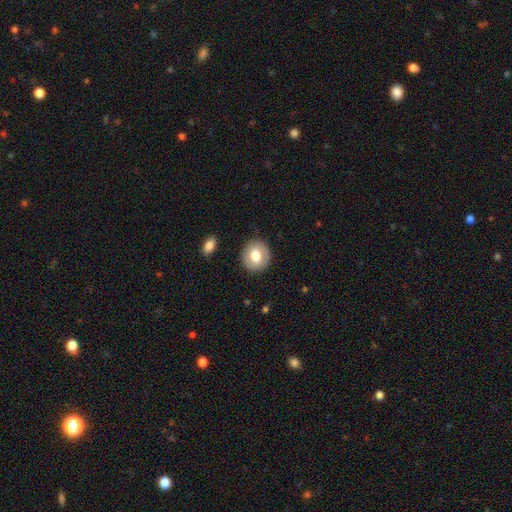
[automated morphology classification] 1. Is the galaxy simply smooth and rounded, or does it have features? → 68% smooth, 25% featured or disk, 7% star or artifact.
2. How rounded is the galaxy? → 77% round, 22% in between, 1% cigar-shaped.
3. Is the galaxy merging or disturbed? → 87% none, 9% minor disturbance, 3% major disturbance, 1% merger.